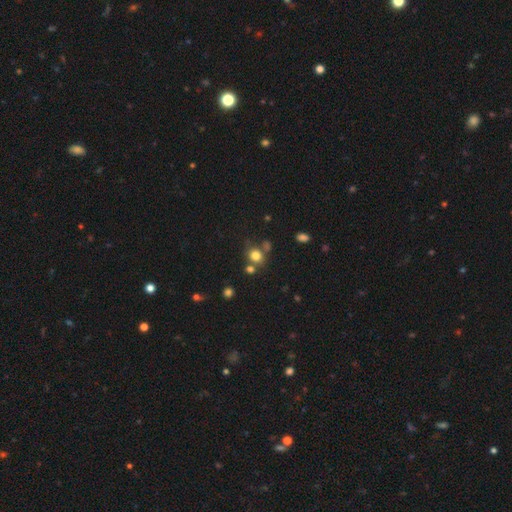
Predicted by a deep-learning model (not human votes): Smooth or featured?
  - smooth: 78% *
  - star or artifact: 14%
  - featured or disk: 8%
How rounded?
  - round: 71% *
  - in between: 28%
  - cigar-shaped: 1%
Merging?
  - none: 63% *
  - merger: 18%
  - minor disturbance: 14%
  - major disturbance: 5%